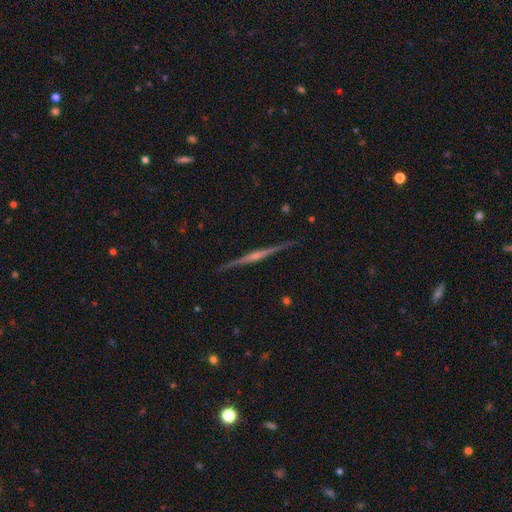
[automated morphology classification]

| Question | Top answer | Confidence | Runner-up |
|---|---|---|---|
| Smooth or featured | featured or disk | 85% | smooth (9%) |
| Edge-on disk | yes | 99% | no (1%) |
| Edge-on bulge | rounded | 69% | boxy (16%) |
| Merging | none | 91% | minor disturbance (6%) |